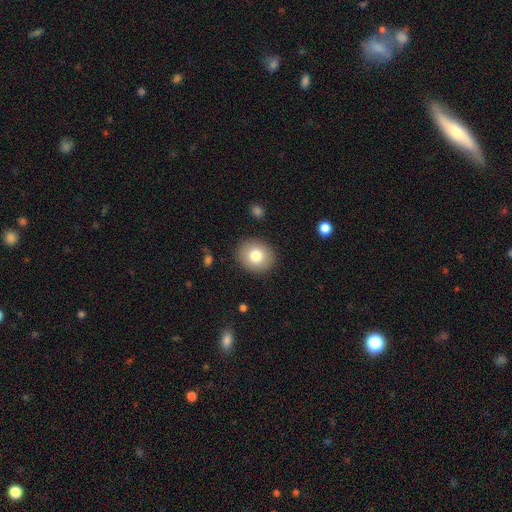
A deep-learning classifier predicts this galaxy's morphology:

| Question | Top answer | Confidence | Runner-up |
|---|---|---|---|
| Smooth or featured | smooth | 79% | featured or disk (12%) |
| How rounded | round | 72% | in between (27%) |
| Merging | none | 89% | minor disturbance (7%) |